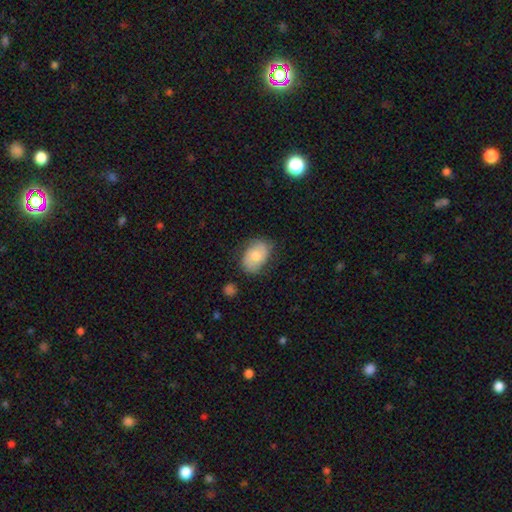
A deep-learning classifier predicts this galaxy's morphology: Overall: smooth (65%; featured or disk 28%). How rounded: in between (84%). Merging: none (73%).